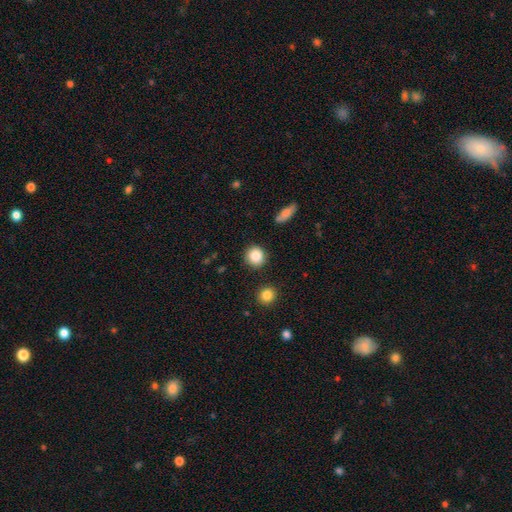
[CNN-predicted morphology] Smooth or featured? Predicted: smooth (p=0.86). How rounded? Predicted: round (p=0.89). Merging? Predicted: none (p=0.88).